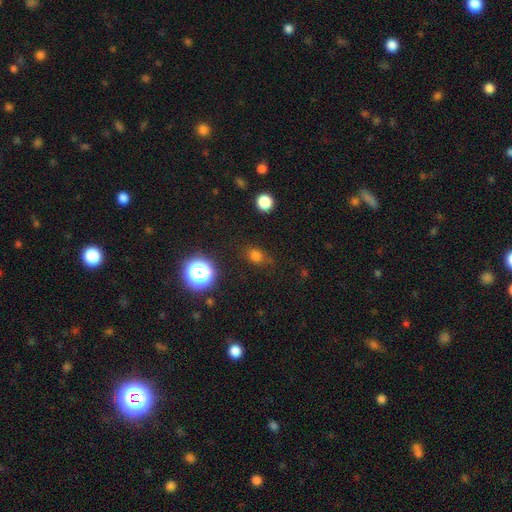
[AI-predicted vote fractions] smooth_or_featured: smooth (p=0.74) [alt: star or artifact p=0.20]
how_rounded: round (p=0.67) [alt: in between p=0.31]
merging: none (p=0.73) [alt: minor disturbance p=0.18]